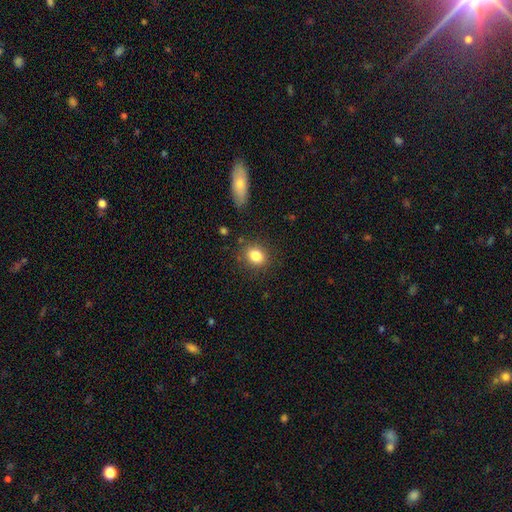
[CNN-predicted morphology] Overall: smooth (82%). How rounded: round (51%; in between 47%). Merging: none (84%).